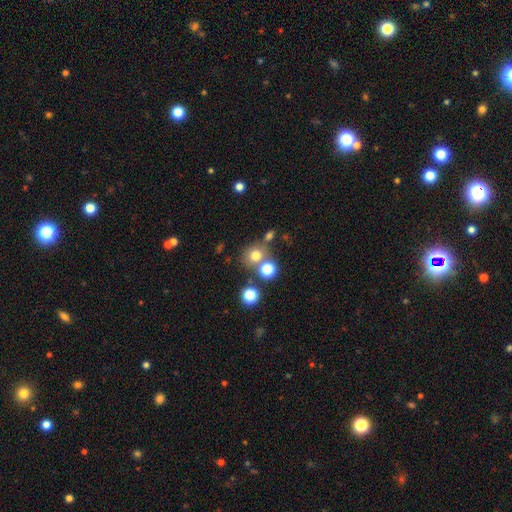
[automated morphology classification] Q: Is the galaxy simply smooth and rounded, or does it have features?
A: smooth — 72%.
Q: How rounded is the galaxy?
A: round — 83%.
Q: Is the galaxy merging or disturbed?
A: none — 61%.